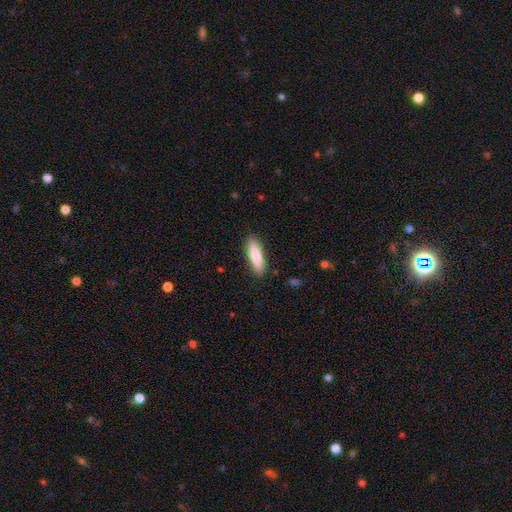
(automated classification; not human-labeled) The model was most divided on "how rounded": cigar-shaped: 70%, in between: 29%, round: 1%. More confident: merging — none (89%); smooth or featured — smooth (81%).